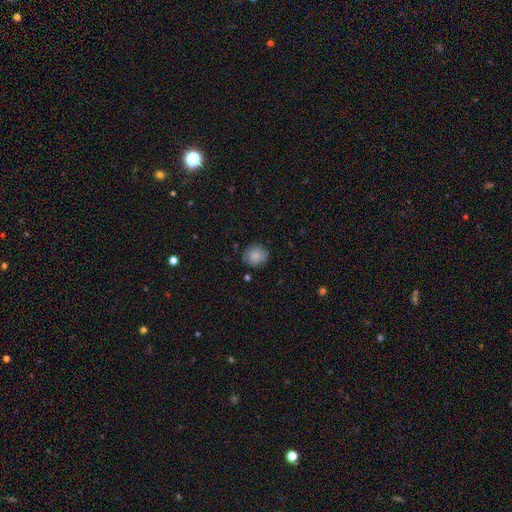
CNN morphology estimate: A smooth galaxy with no disk features (82%) that is round (76%).

Vote fractions:
- Smooth or featured? smooth: 82% / featured or disk: 10% / star or artifact: 8%
- How rounded? round: 76% / in between: 23% / cigar-shaped: 1%
- Merging? none: 79% / minor disturbance: 16% / major disturbance: 3% / merger: 2%